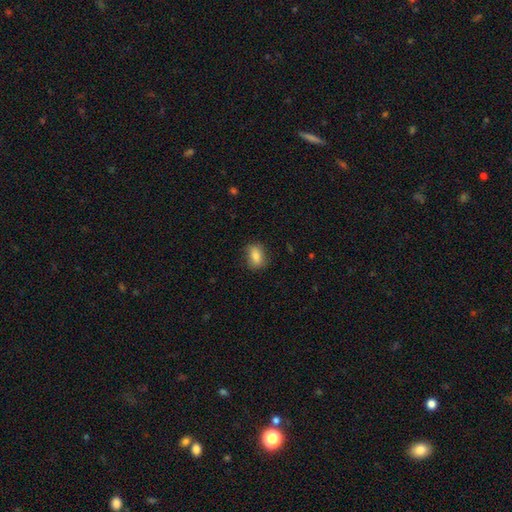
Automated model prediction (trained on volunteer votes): Morphology: type=smooth (83%); roundness=in between (73%); merging=none (80%).